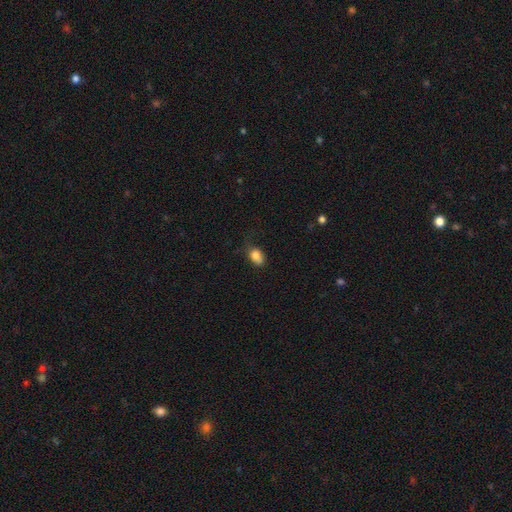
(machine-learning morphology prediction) smooth_or_featured: smooth (p=0.83) [alt: star or artifact p=0.10]
how_rounded: in between (p=0.76) [alt: round p=0.22]
merging: none (p=0.51) [alt: minor disturbance p=0.33]